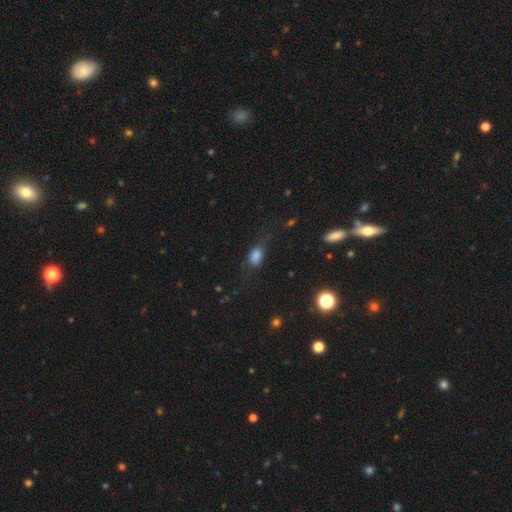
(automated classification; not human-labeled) smooth 79%, star or artifact 12%, featured or disk 9%. Down the decision tree: how rounded — in between (83%); merging — none (56%).